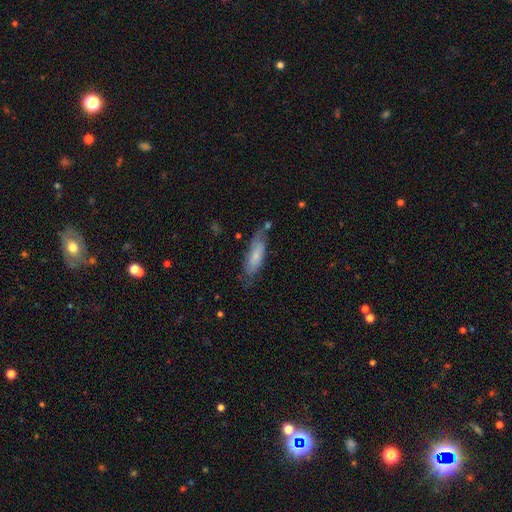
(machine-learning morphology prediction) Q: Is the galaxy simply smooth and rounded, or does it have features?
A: smooth — 61%.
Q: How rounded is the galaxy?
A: cigar-shaped — 53%.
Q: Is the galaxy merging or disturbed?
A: none — 59%.